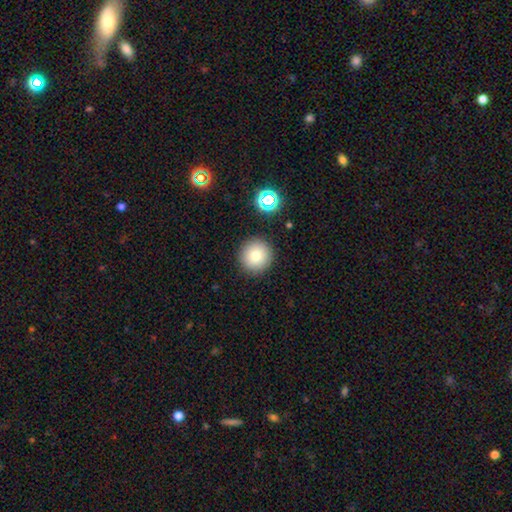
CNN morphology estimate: Q: Smooth or featured?
A: smooth (78%); runner-up: star or artifact (13%)
Q: How rounded?
A: round (95%); runner-up: in between (4%)
Q: Merging?
A: none (90%); runner-up: minor disturbance (6%)